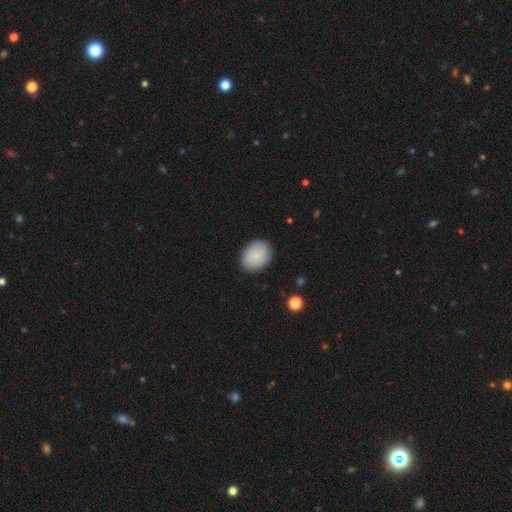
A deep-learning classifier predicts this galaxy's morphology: A smooth galaxy with no disk features (84%) that is in between round and cigar-shaped (56%).

Vote fractions:
- Smooth or featured? smooth: 84% / featured or disk: 9% / star or artifact: 7%
- How rounded? in between: 56% / round: 43% / cigar-shaped: 1%
- Merging? none: 87% / minor disturbance: 10% / major disturbance: 2% / merger: 1%